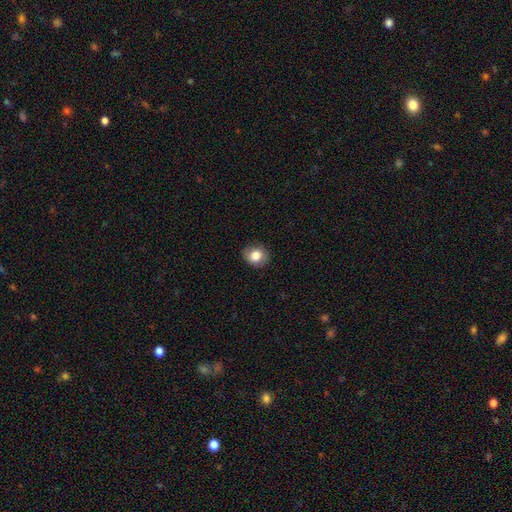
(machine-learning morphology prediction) type=smooth (82%); roundness=round (70%); merging=none (85%).